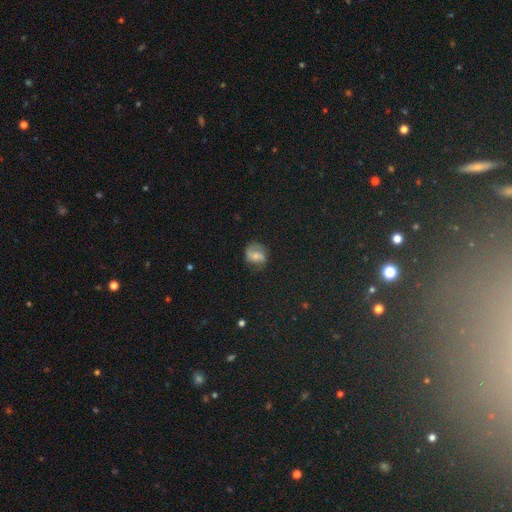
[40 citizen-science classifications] featured or disk 48%, smooth 42%, star or artifact 10%. Down the decision tree: edge-on disk — no (89%); bar — strong (59%); spiral arms — yes (76%); spiral arm count — 2 (85%); spiral winding — medium (69%); bulge size — small (53%); merging — none (56%).